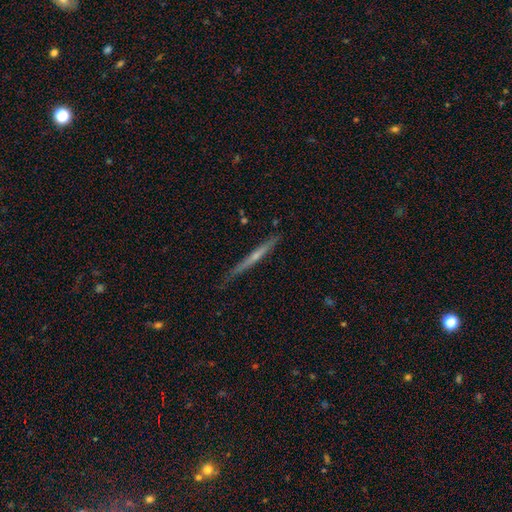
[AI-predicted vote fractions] Smooth or featured? Predicted: featured or disk (p=0.61). Edge-on disk? Predicted: yes (p=0.97). Edge-on bulge? Predicted: none (p=0.55). Merging? Predicted: none (p=0.84).